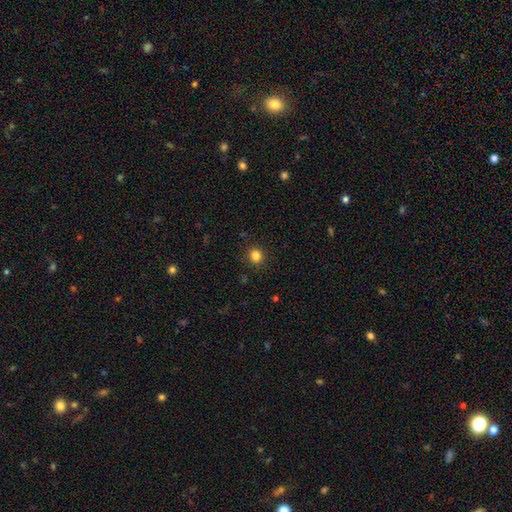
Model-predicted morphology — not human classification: Smooth or featured?
  - smooth: 83% *
  - star or artifact: 13%
  - featured or disk: 4%
How rounded?
  - round: 89% *
  - in between: 11%
  - cigar-shaped: 1%
Merging?
  - none: 90% *
  - minor disturbance: 7%
  - major disturbance: 2%
  - merger: 1%